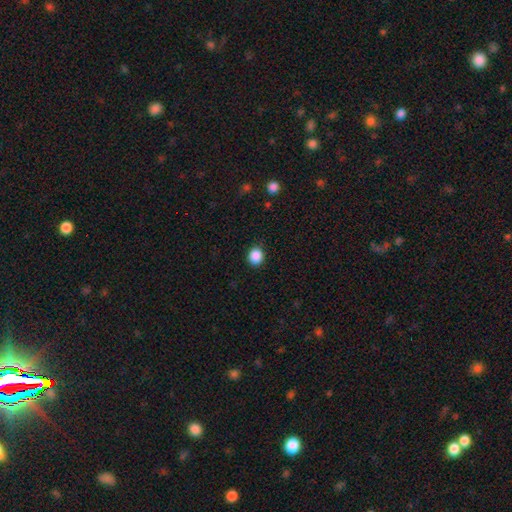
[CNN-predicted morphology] smooth 88%, star or artifact 10%, featured or disk 2%. Down the decision tree: how rounded — round (83%); merging — none (89%).